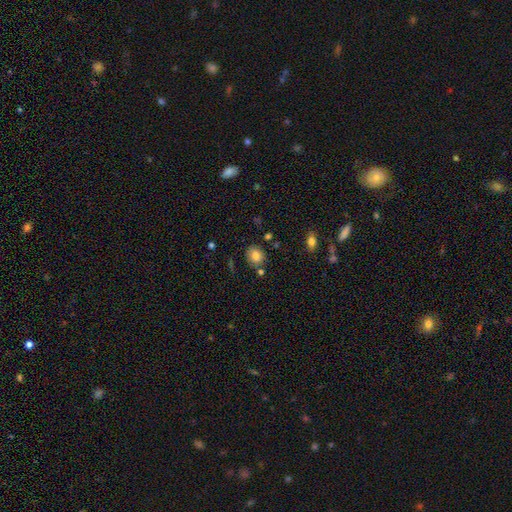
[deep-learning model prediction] Q: Smooth or featured?
A: smooth (81%); runner-up: star or artifact (10%)
Q: How rounded?
A: round (70%); runner-up: in between (29%)
Q: Merging?
A: none (80%); runner-up: minor disturbance (11%)